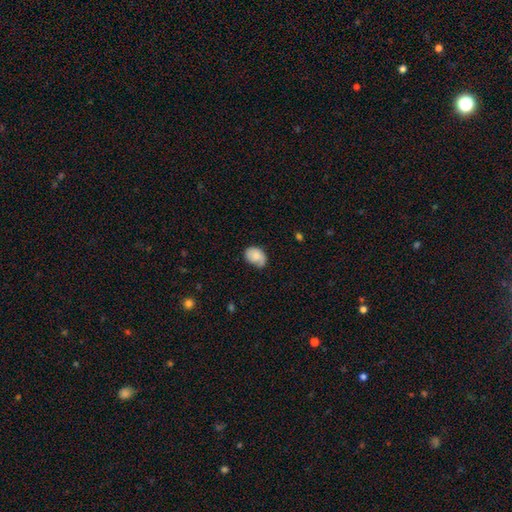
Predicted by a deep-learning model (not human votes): Smooth or featured? smooth (69%)
How rounded? in between (68%)
Merging? none (54%)